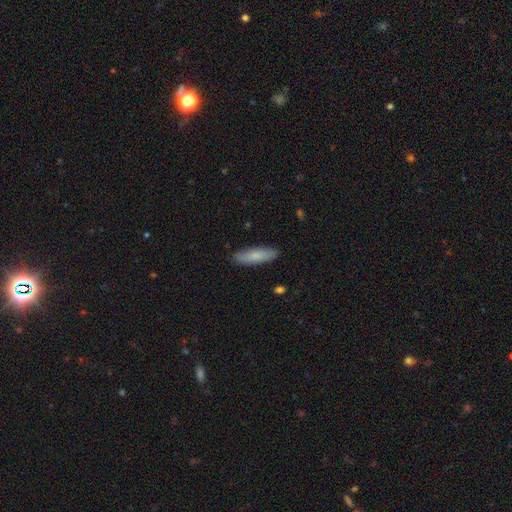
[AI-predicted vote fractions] This is likely a smooth galaxy (79%). How rounded: possibly cigar-shaped (56%). Merging: clearly none (88%).